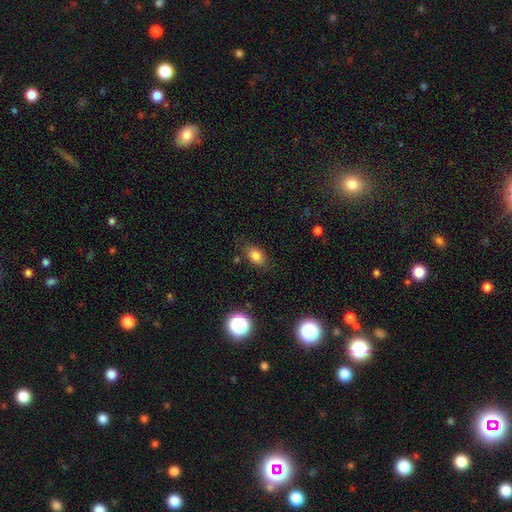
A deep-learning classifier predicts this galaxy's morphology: This is clearly a smooth galaxy (81%). How rounded: clearly in between (83%). Merging: likely none (79%).